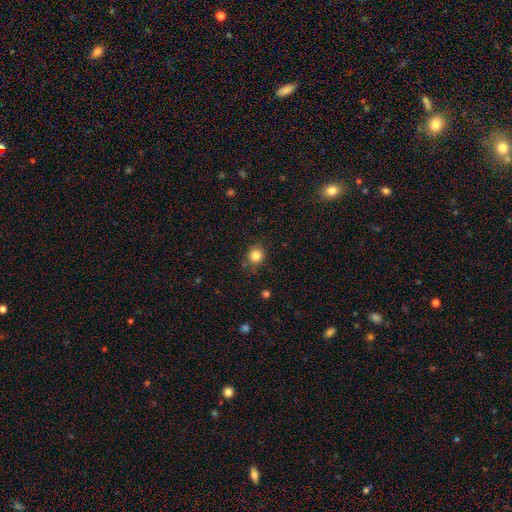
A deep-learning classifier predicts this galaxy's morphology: smooth_or_featured: smooth (p=0.83) [alt: star or artifact p=0.11]
how_rounded: round (p=0.85) [alt: in between p=0.15]
merging: none (p=0.80) [alt: minor disturbance p=0.14]